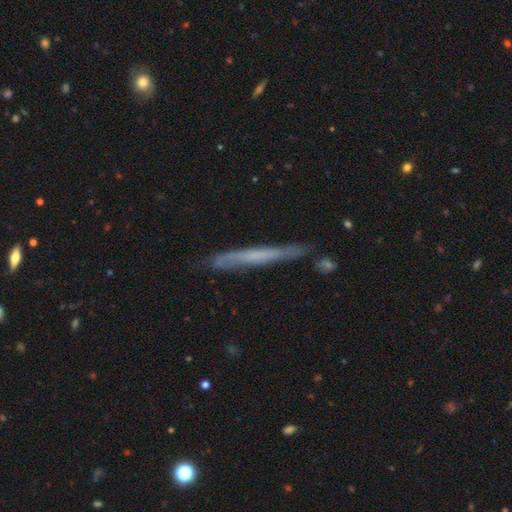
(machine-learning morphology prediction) Overall: featured or disk (53%; smooth 40%). Edge-on disk: yes (88%). Merging: none (77%).